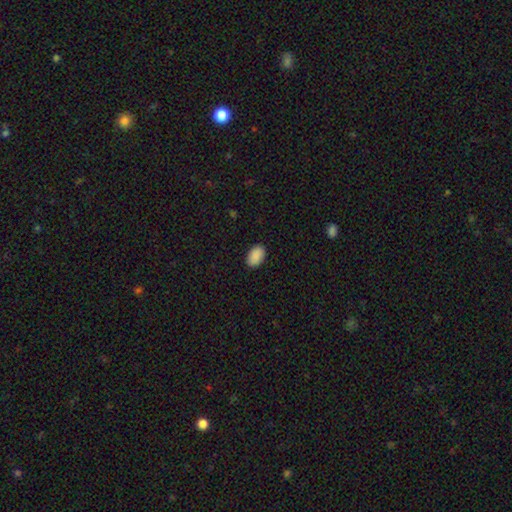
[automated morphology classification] This is clearly a smooth galaxy (90%). How rounded: clearly in between (90%). Merging: clearly none (89%).